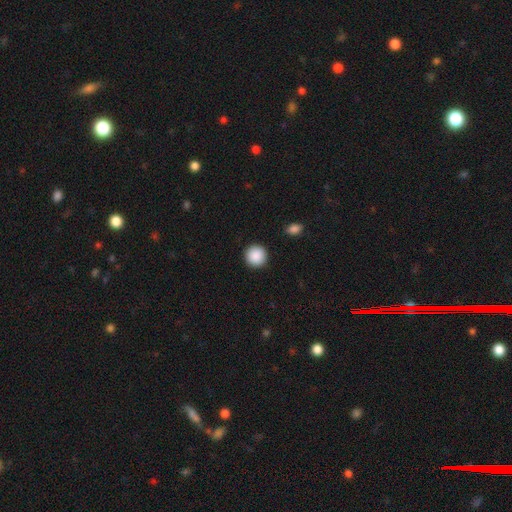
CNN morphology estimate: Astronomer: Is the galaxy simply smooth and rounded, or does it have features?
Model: smooth — 89%.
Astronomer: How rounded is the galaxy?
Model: round — 95%.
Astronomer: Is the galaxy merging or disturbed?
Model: none — 92%.